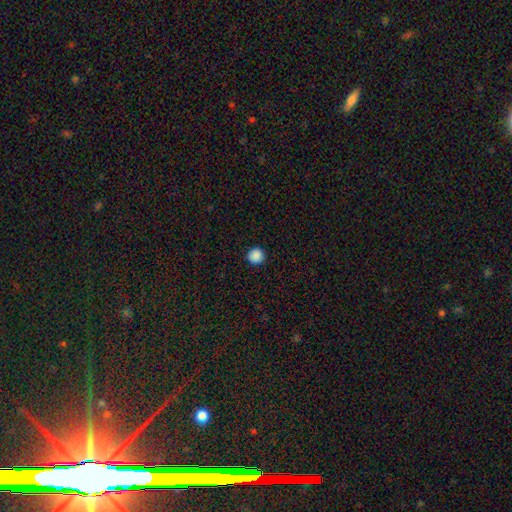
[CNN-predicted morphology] This is clearly a smooth galaxy (88%). How rounded: clearly round (95%). Merging: clearly none (92%).